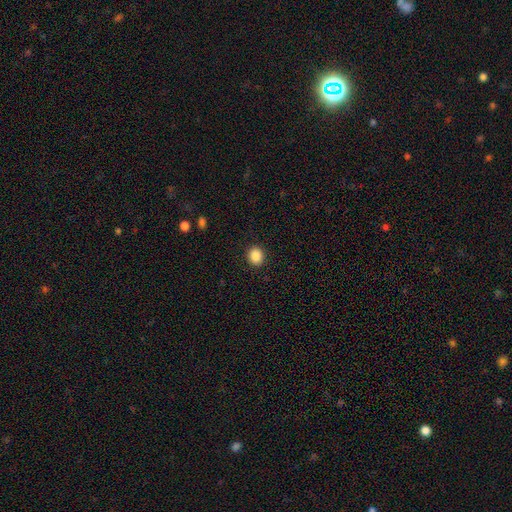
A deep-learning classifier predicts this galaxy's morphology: Smooth or featured? Predicted: smooth (p=0.88). How rounded? Predicted: round (p=0.73). Merging? Predicted: none (p=0.91).